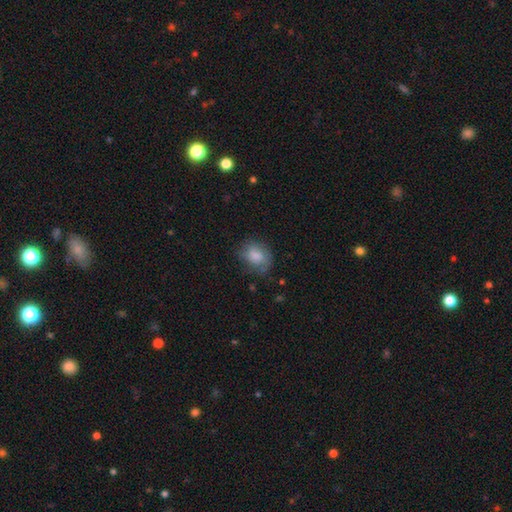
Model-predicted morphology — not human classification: Overall: smooth (78%). How rounded: in between (55%; round 44%). Merging: none (63%; minor disturbance 25%).